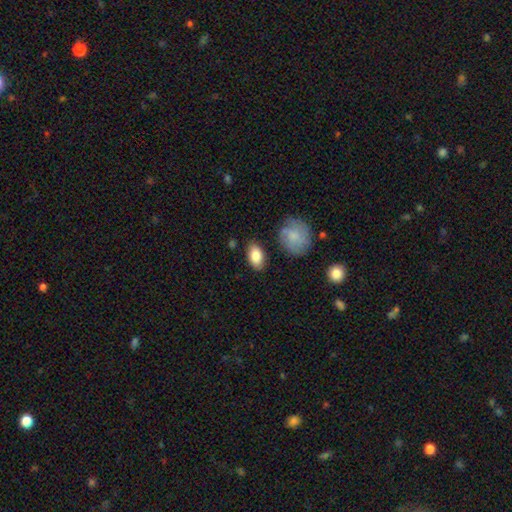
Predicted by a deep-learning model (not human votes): Smooth or featured? Predicted: smooth (p=0.84). How rounded? Predicted: in between (p=0.90). Merging? Predicted: none (p=0.83).